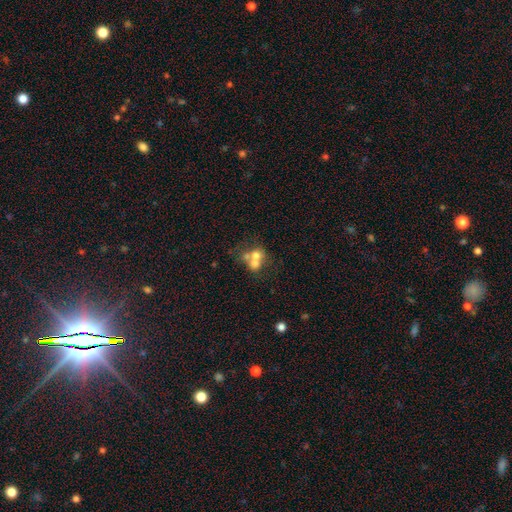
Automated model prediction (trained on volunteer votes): This is possibly a smooth galaxy (59%). How rounded: likely round (66%). Merging: likely merger (65%).